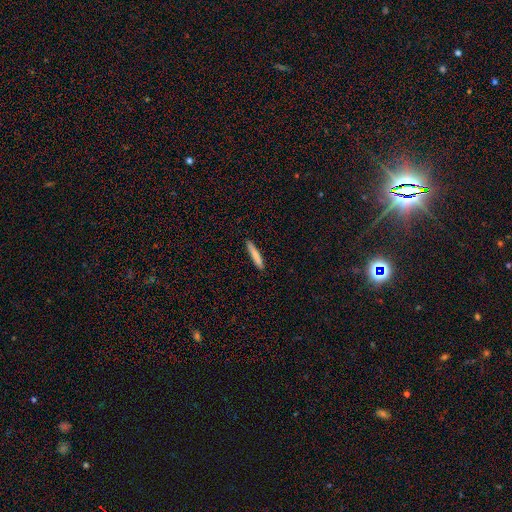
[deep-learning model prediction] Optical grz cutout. It shows a smooth galaxy with no disk features (82%) that is cigar-shaped (93%). Merging: none (90%).